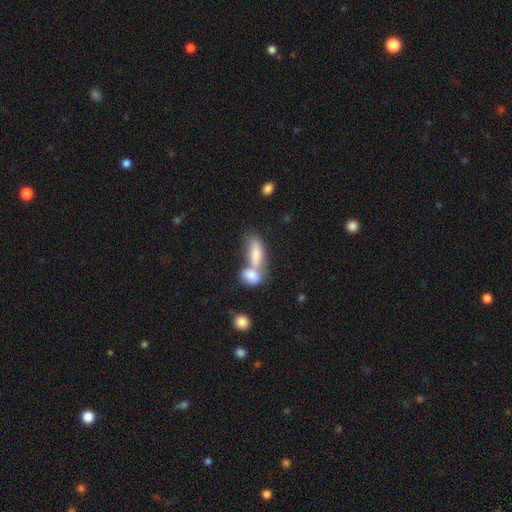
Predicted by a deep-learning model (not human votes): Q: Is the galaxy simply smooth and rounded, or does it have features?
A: smooth — 70%.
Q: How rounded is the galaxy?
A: in between — 71%.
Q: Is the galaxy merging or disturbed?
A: merger — 68%.